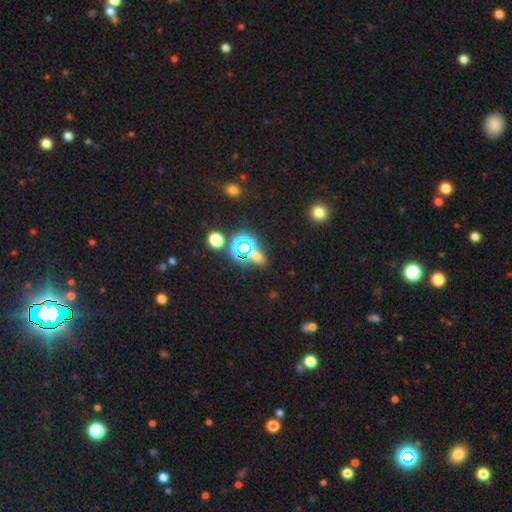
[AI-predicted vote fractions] smooth_or_featured: star or artifact (p=0.59) [alt: smooth p=0.32]